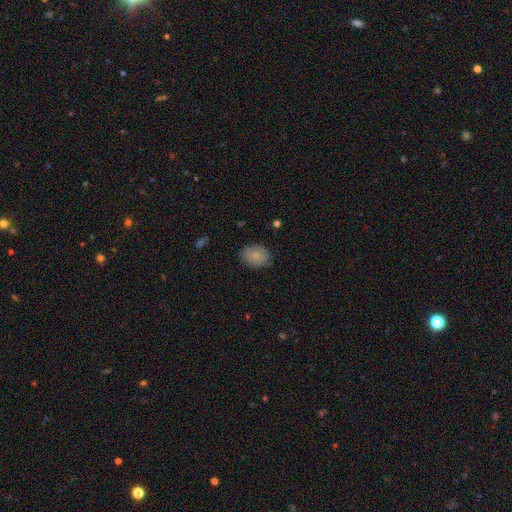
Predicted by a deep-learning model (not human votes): Smooth or featured?
  - smooth: 80% *
  - featured or disk: 11%
  - star or artifact: 8%
How rounded?
  - in between: 61% *
  - round: 38%
  - cigar-shaped: 1%
Merging?
  - none: 80% *
  - minor disturbance: 16%
  - major disturbance: 3%
  - merger: 1%